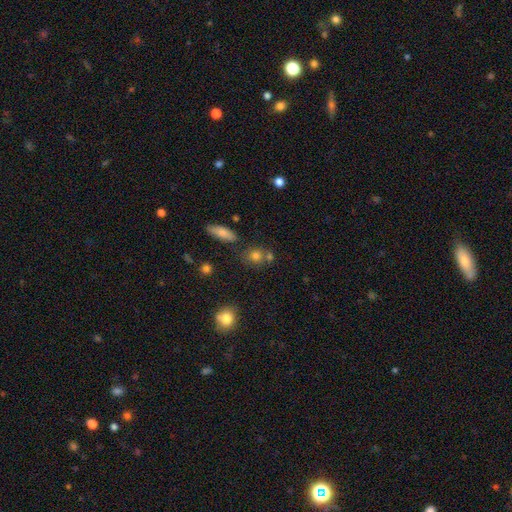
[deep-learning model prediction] Smooth or featured?
  - smooth: 75% *
  - star or artifact: 14%
  - featured or disk: 11%
How rounded?
  - round: 73% *
  - in between: 25%
  - cigar-shaped: 2%
Merging?
  - none: 59% *
  - merger: 26%
  - minor disturbance: 12%
  - major disturbance: 4%